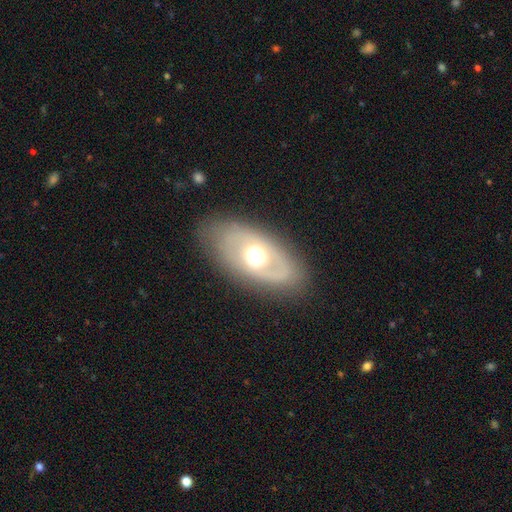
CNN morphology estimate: featured or disk 58%, smooth 36%, star or artifact 6%. Down the decision tree: edge-on disk — no (87%); merging — none (79%).